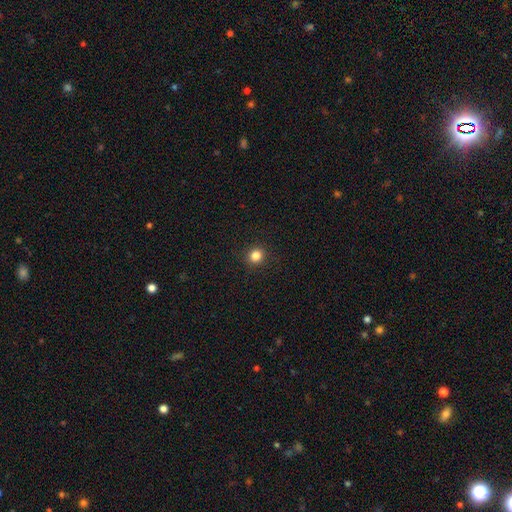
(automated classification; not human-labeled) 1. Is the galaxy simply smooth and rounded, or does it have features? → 84% smooth, 12% star or artifact, 4% featured or disk.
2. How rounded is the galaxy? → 86% round, 13% in between, 1% cigar-shaped.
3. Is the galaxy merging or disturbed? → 91% none, 6% minor disturbance, 2% major disturbance, 1% merger.